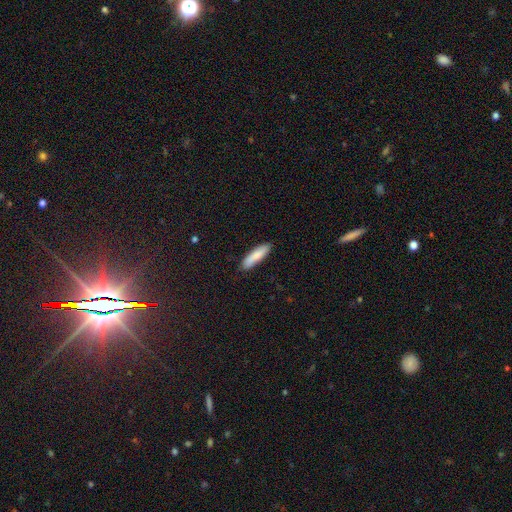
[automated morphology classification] smooth-or-featured: smooth: 84% | featured or disk: 10% | star or artifact: 6%
  how-rounded: cigar-shaped: 68% | in between: 31% | round: 1%
  merging: none: 85% | minor disturbance: 11% | major disturbance: 2% | merger: 1%